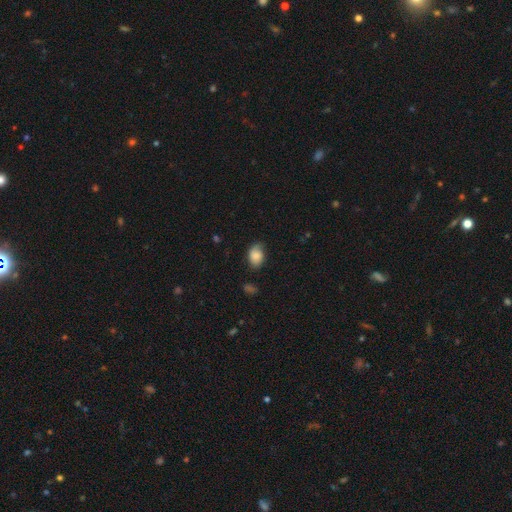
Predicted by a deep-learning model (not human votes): smooth-or-featured: smooth: 76% | featured or disk: 15% | star or artifact: 8%
  how-rounded: in between: 78% | round: 21% | cigar-shaped: 1%
  merging: none: 64% | minor disturbance: 27% | major disturbance: 7% | merger: 2%